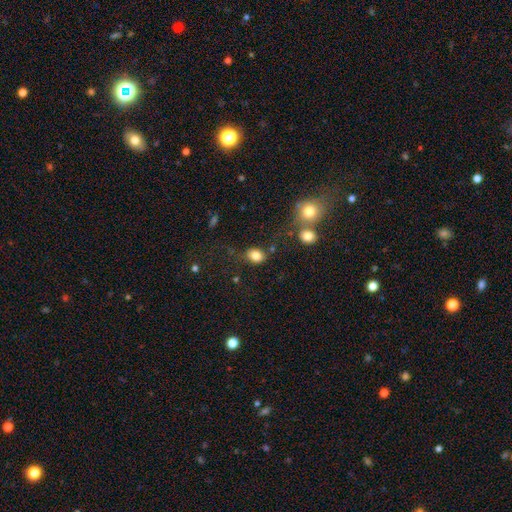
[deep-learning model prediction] The model was most divided on "how rounded": in between: 66%, round: 33%, cigar-shaped: 1%. More confident: smooth or featured — smooth (82%); merging — none (70%).